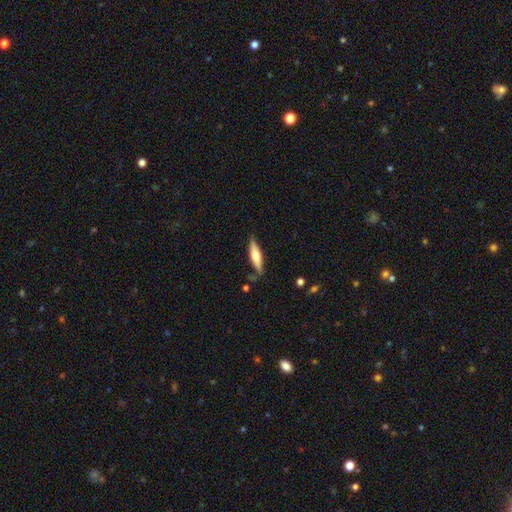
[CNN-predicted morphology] Smooth or featured? smooth (47%, tied with featured or disk)
Merging? none (83%)